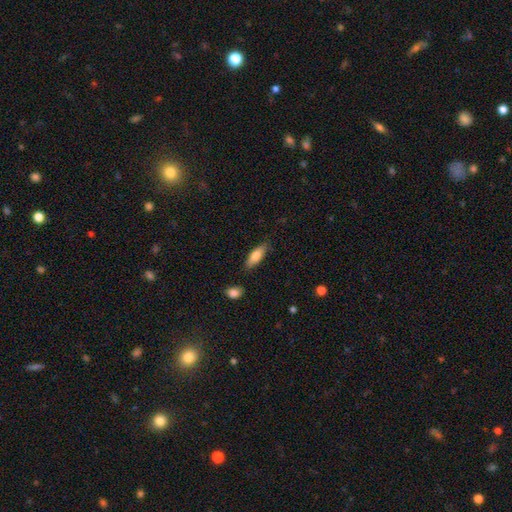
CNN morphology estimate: smooth-or-featured: smooth: 77% | featured or disk: 17% | star or artifact: 6%
  how-rounded: in between: 60% | cigar-shaped: 38% | round: 2%
  merging: none: 80% | minor disturbance: 14% | major disturbance: 3% | merger: 2%